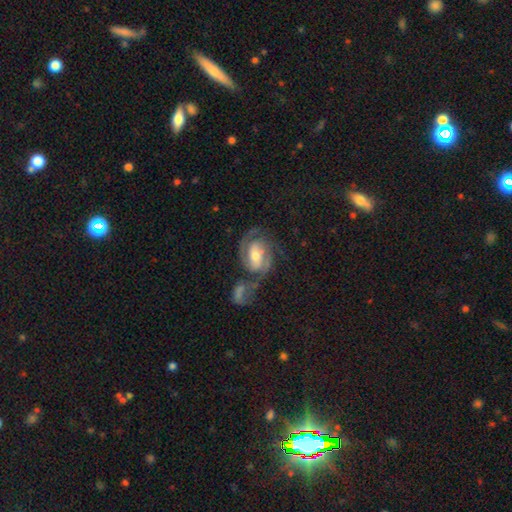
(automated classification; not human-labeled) Smooth or featured? featured or disk (82%)
Edge-on disk? no (97%)
Bar? weak (44%)
Spiral arms? yes (95%)
Spiral winding? medium (46%)
Spiral arm count? 2 (70%)
Bulge size? moderate (53%)
Merging? none (44%)